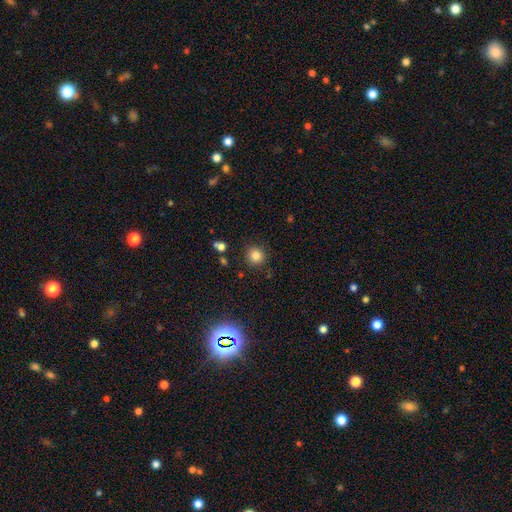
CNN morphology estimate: Q: Smooth or featured?
A: smooth (82%); runner-up: star or artifact (13%)
Q: How rounded?
A: round (93%); runner-up: in between (6%)
Q: Merging?
A: none (87%); runner-up: minor disturbance (7%)